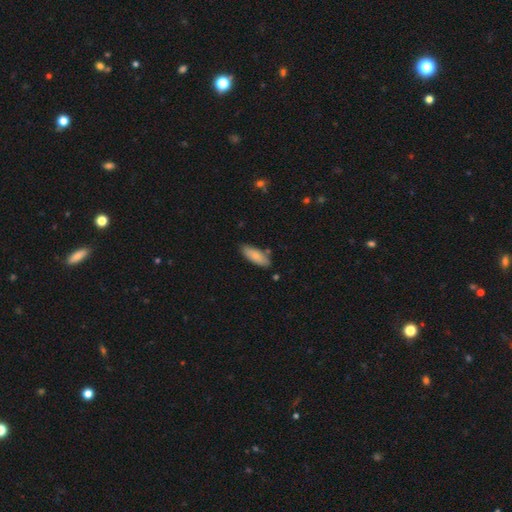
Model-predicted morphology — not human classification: This is clearly a smooth galaxy (83%). How rounded: likely in between (71%). Merging: likely none (80%).